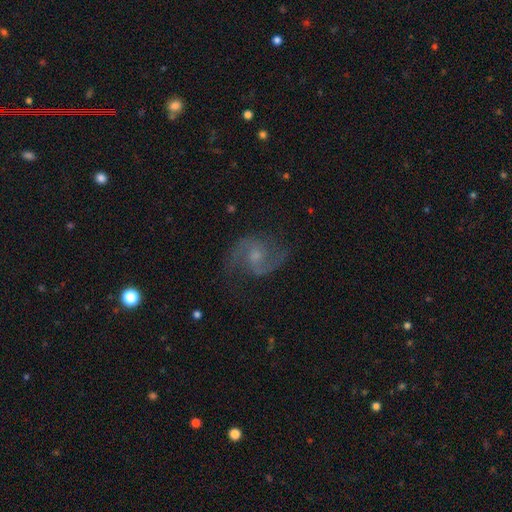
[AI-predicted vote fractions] featured or disk 85%, smooth 8%, star or artifact 7%. Down the decision tree: edge-on disk — no (98%); bar — no (51%); spiral arms — yes (97%); spiral arm count — 2 (91%); spiral winding — medium (55%); bulge size — small (46%); merging — none (74%).